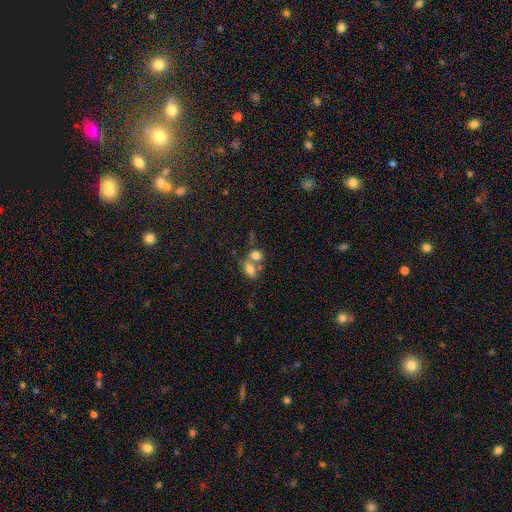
Smooth or featured? smooth (74%)
How rounded? in between (57%)
Merging? merger (69%)